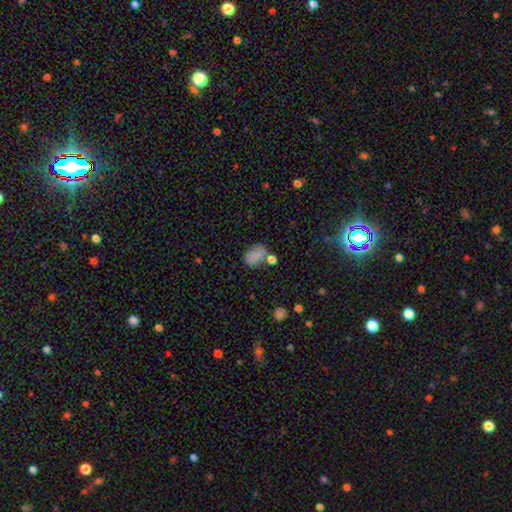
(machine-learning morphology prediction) This is likely a smooth galaxy (78%). How rounded: likely in between (79%). Merging: possibly none (56%).